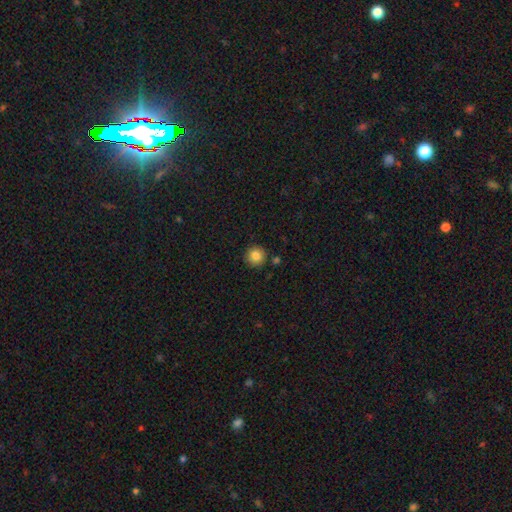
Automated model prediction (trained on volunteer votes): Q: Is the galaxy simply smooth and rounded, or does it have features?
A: smooth — 84%.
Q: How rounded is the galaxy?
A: round — 95%.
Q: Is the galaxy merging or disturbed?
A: none — 88%.